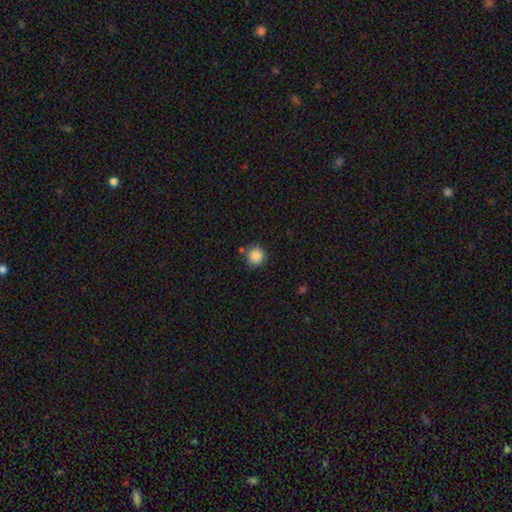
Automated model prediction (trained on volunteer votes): smooth-or-featured: smooth: 87% | star or artifact: 10% | featured or disk: 3%
  how-rounded: round: 94% | in between: 5% | cigar-shaped: 1%
  merging: none: 82% | minor disturbance: 10% | merger: 6% | major disturbance: 3%